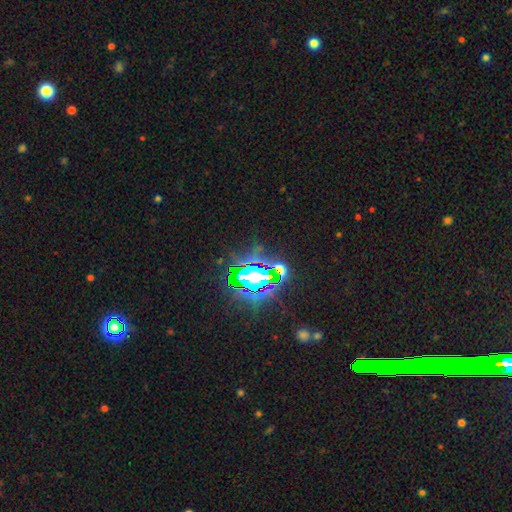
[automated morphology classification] star or artifact 82%, smooth 10%, featured or disk 8%.